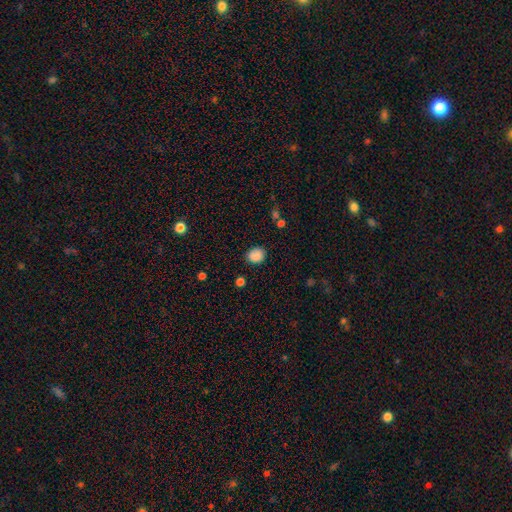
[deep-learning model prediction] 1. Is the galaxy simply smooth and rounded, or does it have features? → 86% smooth, 9% star or artifact, 5% featured or disk.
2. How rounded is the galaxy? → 61% round, 38% in between, 1% cigar-shaped.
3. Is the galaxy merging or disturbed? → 82% none, 13% minor disturbance, 3% major disturbance, 2% merger.